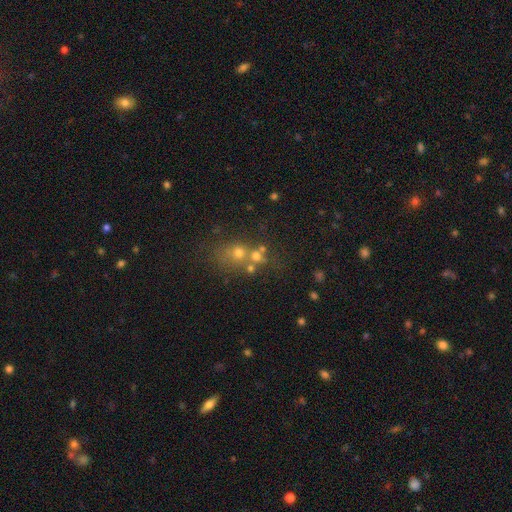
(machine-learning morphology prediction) This is possibly a smooth galaxy (52%). How rounded: likely round (73%). Merging: marginally none (43%, tied with merger).